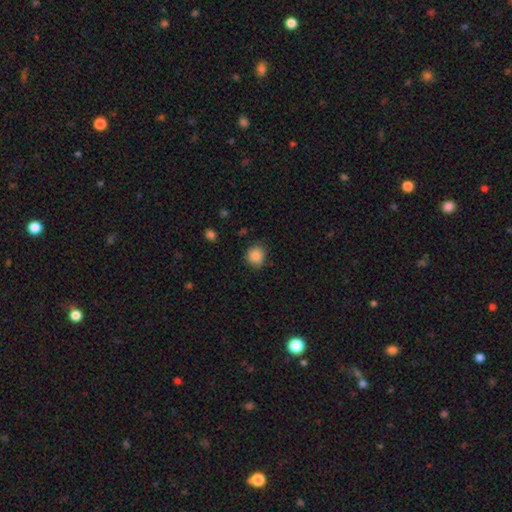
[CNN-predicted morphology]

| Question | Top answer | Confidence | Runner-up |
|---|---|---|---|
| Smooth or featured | smooth | 87% | star or artifact (10%) |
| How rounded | round | 84% | in between (15%) |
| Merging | none | 79% | minor disturbance (17%) |